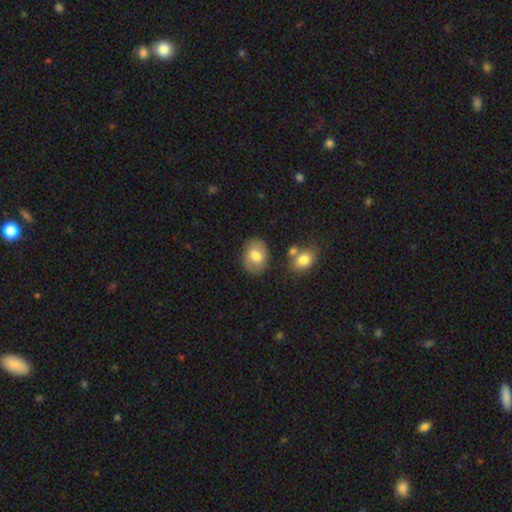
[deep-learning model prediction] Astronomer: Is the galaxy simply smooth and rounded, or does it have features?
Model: smooth — 72%.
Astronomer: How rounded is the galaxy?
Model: in between — 65%.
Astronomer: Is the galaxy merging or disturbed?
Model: none — 78%.